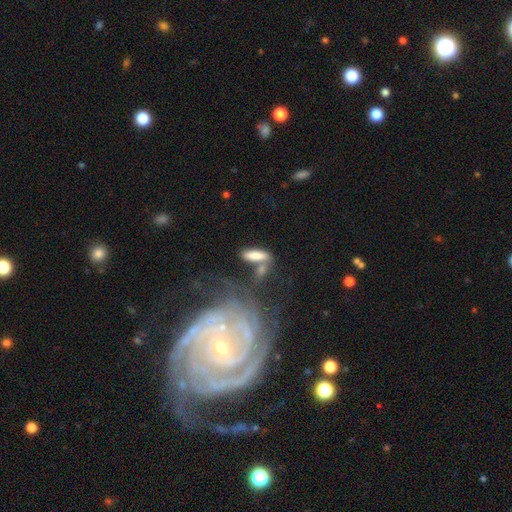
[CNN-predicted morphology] smooth 78%, featured or disk 14%, star or artifact 8%. Down the decision tree: how rounded — cigar-shaped (52%); merging — none (45%).